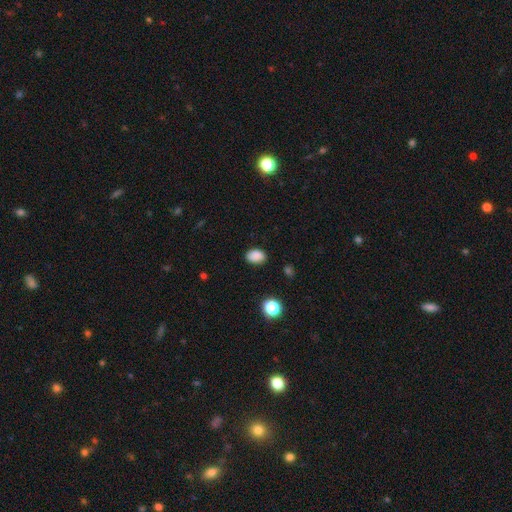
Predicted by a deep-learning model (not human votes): smooth 87%, star or artifact 10%, featured or disk 3%. Down the decision tree: how rounded — in between (81%); merging — none (85%).